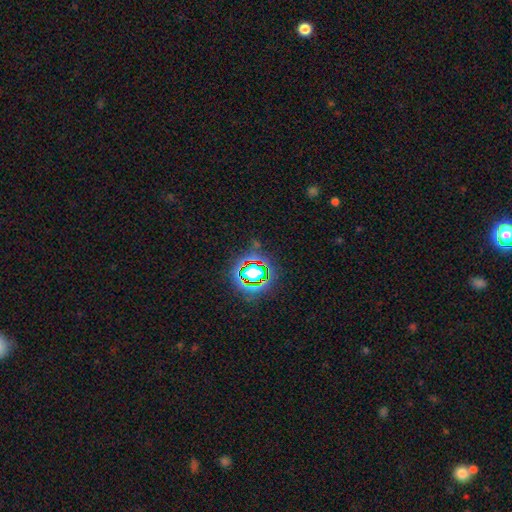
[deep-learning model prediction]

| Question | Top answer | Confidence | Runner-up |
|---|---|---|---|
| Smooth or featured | star or artifact | 80% | smooth (13%) |